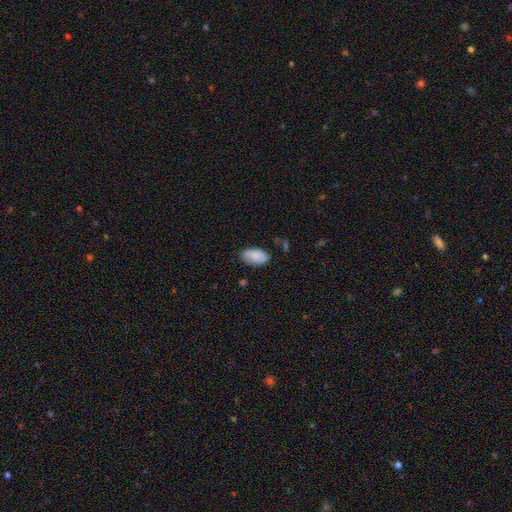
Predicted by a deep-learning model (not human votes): The model was most divided on "merging": none: 80%, minor disturbance: 15%, major disturbance: 3%, merger: 2%. More confident: how rounded — in between (95%); smooth or featured — smooth (86%).